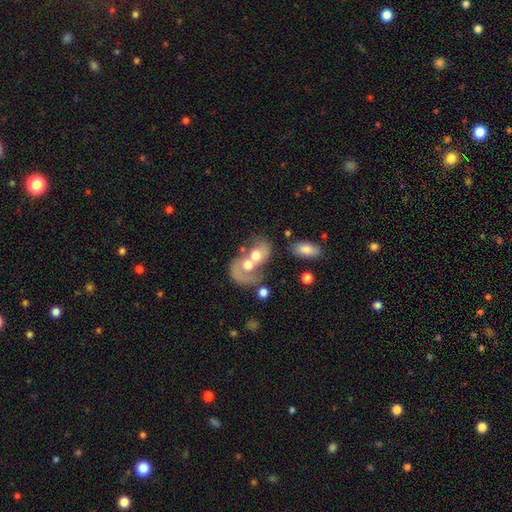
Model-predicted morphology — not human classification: type=smooth (48%); merging=merger (76%).